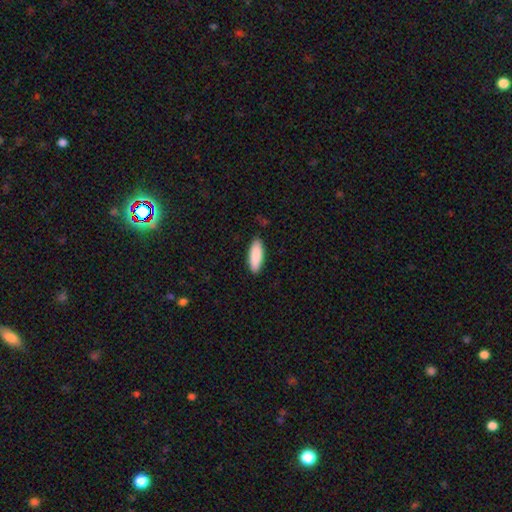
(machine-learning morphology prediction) This is clearly a smooth galaxy (89%). How rounded: likely in between (67%). Merging: clearly none (88%).